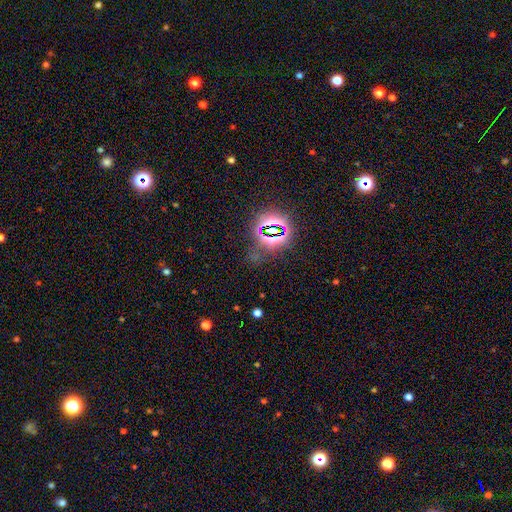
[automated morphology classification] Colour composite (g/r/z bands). It shows a star or artifact, not a galaxy (74%).